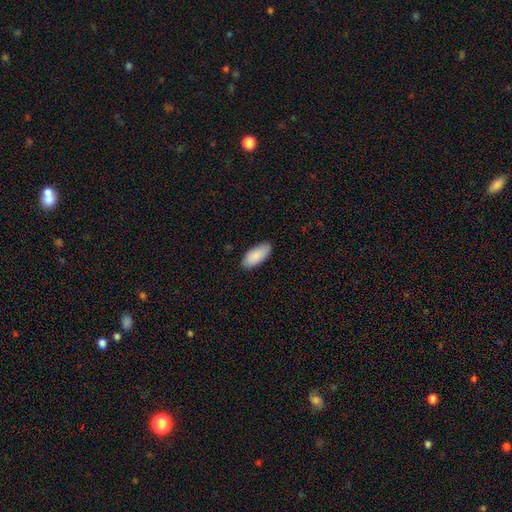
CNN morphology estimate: Smooth or featured? Predicted: smooth (p=0.90). How rounded? Predicted: in between (p=0.91). Merging? Predicted: none (p=0.87).